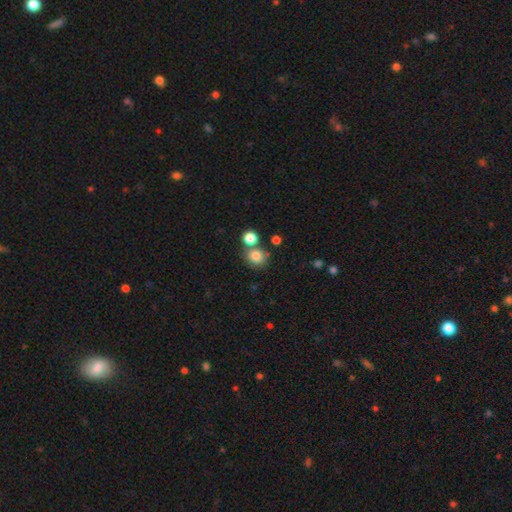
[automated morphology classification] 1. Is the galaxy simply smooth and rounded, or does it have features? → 81% smooth, 12% star or artifact, 7% featured or disk.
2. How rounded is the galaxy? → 85% round, 14% in between, 1% cigar-shaped.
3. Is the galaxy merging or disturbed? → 63% none, 24% merger, 10% minor disturbance, 4% major disturbance.